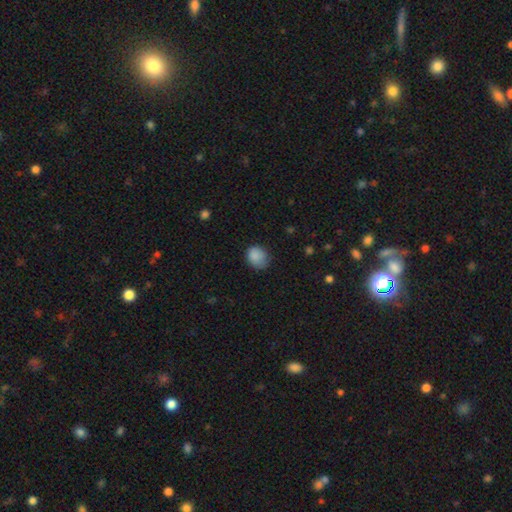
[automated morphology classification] Smooth or featured?
  - smooth: 86% *
  - star or artifact: 9%
  - featured or disk: 5%
How rounded?
  - round: 61% *
  - in between: 38%
  - cigar-shaped: 1%
Merging?
  - none: 65% *
  - minor disturbance: 27%
  - major disturbance: 6%
  - merger: 1%